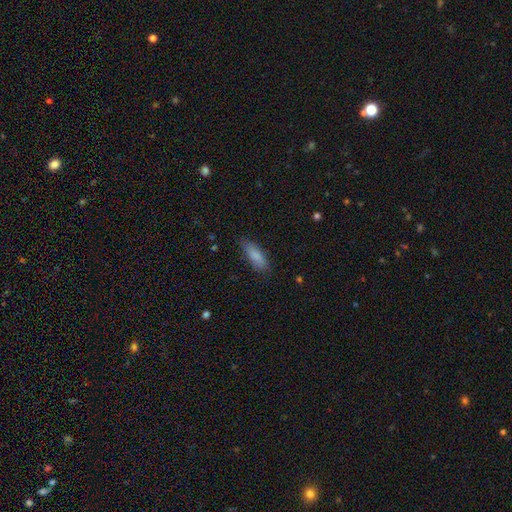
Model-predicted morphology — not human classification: type=smooth (84%); roundness=in between (60%); merging=none (80%).